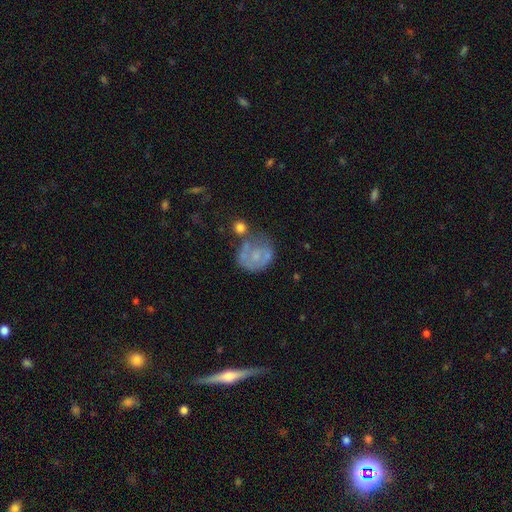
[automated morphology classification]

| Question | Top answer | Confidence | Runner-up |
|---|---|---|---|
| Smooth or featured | featured or disk | 50% | smooth (40%) |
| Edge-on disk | no | 98% | yes (2%) |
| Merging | none | 40% | minor disturbance (25%) |